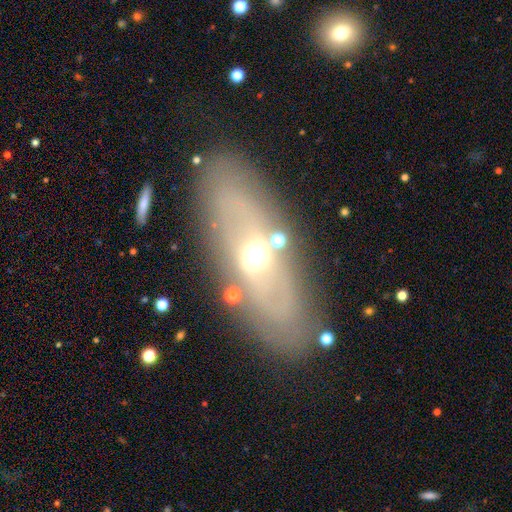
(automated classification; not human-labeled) smooth_or_featured: featured or disk (p=0.58) [alt: smooth p=0.32]
disk_edge_on: no (p=0.76) [alt: yes p=0.24]
merging: none (p=0.82) [alt: minor disturbance p=0.11]